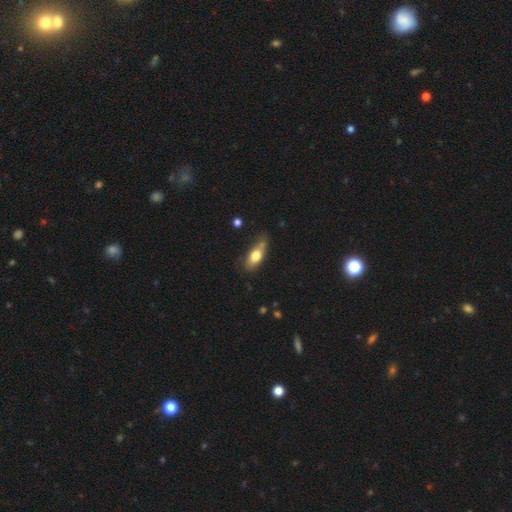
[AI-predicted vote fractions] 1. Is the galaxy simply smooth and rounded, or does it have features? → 71% smooth, 22% featured or disk, 7% star or artifact.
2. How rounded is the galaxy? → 77% in between, 19% cigar-shaped, 5% round.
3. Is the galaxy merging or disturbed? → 45% none, 35% minor disturbance, 13% major disturbance, 7% merger.